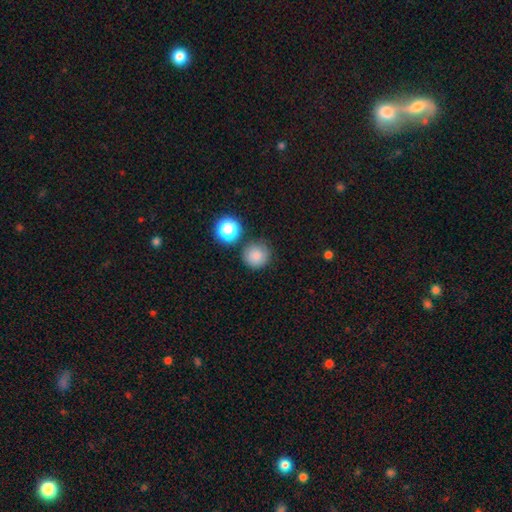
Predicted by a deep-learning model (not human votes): The model was most divided on "merging": none: 80%, minor disturbance: 10%, merger: 7%, major disturbance: 3%. More confident: how rounded — round (94%); smooth or featured — smooth (82%).